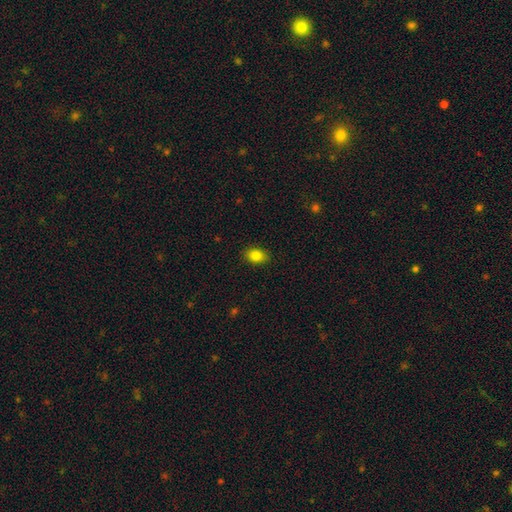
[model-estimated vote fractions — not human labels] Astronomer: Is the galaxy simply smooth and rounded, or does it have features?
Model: smooth — 83%.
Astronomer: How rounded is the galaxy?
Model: in between — 76%.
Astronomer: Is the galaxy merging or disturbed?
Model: none — 88%.